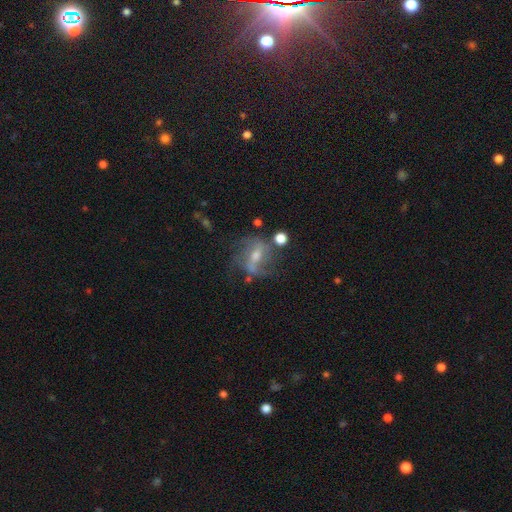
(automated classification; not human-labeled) smooth-or-featured: featured or disk: 71% | smooth: 18% | star or artifact: 11%
  disk-edge-on: no: 94% | yes: 6%
    bar: weak: 41% | strong: 38% | no: 20%
    has-spiral-arms: yes: 79% | no: 21%
      spiral-winding: loose: 51% | medium: 36% | tight: 13%
      spiral-arm-count: 2: 67% | can't tell: 17% | 1: 7% | 3: 6% | 4: 2% | more than 4: 2%
    bulge-size: moderate: 48% | small: 43% | none: 4% | large: 3% | dominant: 1%
  merging: none: 51% | minor disturbance: 21% | major disturbance: 20% | merger: 9%